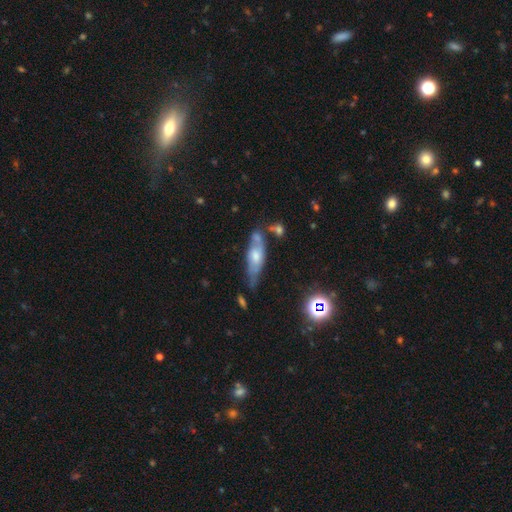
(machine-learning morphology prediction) Smooth or featured?
  - featured or disk: 54% *
  - smooth: 36%
  - star or artifact: 10%
Edge-on disk?
  - no: 53% *
  - yes: 47%
Merging?
  - none: 50% *
  - minor disturbance: 26%
  - merger: 13%
  - major disturbance: 10%